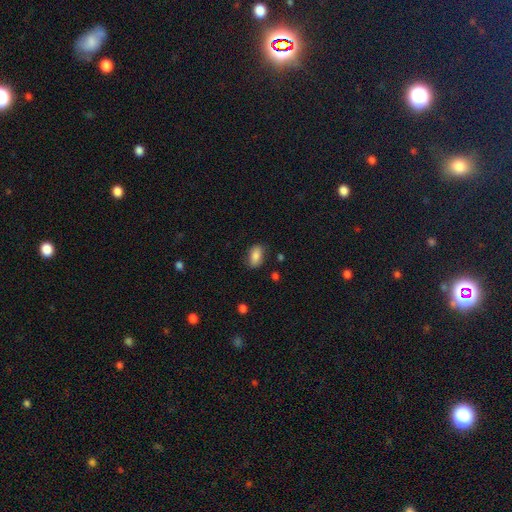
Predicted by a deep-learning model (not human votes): Morphology: type=smooth (84%); roundness=in between (89%); merging=none (80%).